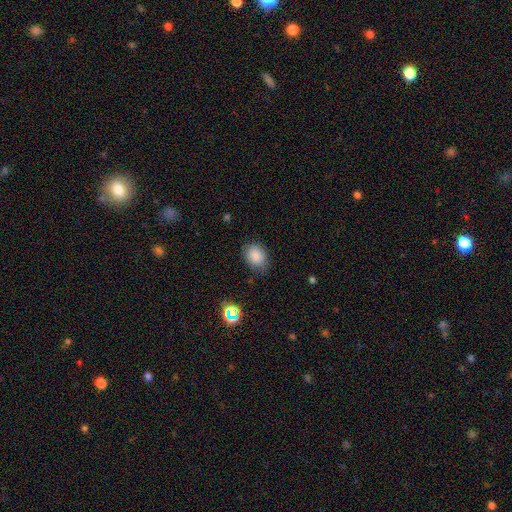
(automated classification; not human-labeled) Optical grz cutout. It shows a smooth galaxy with no disk features (85%) that is in between round and cigar-shaped (61%). Merging: none (79%).